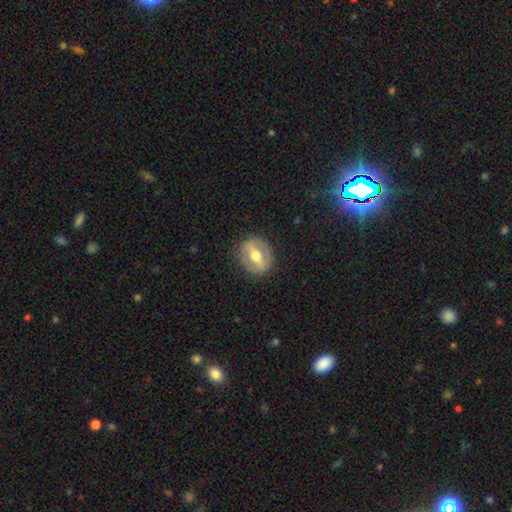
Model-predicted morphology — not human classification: Q: Smooth or featured?
A: featured or disk (61%); runner-up: smooth (32%)
Q: Edge-on disk?
A: no (84%); runner-up: yes (16%)
Q: Bar?
A: strong (59%); runner-up: weak (27%)
Q: Spiral arms?
A: no (79%); runner-up: yes (21%)
Q: Bulge size?
A: moderate (73%); runner-up: large (14%)
Q: Merging?
A: none (85%); runner-up: minor disturbance (10%)